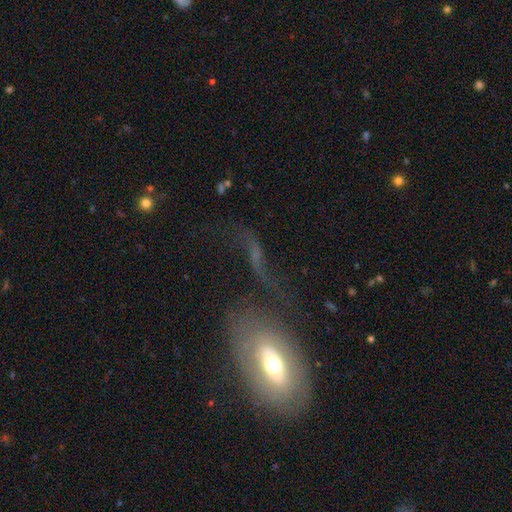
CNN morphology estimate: A featured or disk galaxy (58%).

Vote fractions:
- Smooth or featured? featured or disk: 58% / smooth: 26% / star or artifact: 17%
- Edge-on disk? no: 82% / yes: 18%
- Merging? none: 39% / major disturbance: 36% / minor disturbance: 17% / merger: 8%